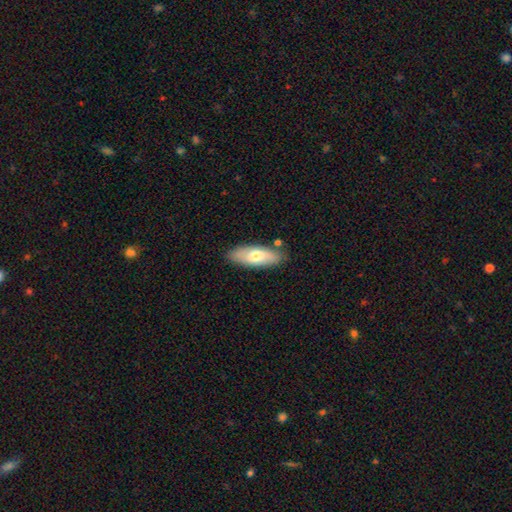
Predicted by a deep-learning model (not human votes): This is likely a smooth galaxy (68%). How rounded: likely in between (74%). Merging: clearly none (82%).